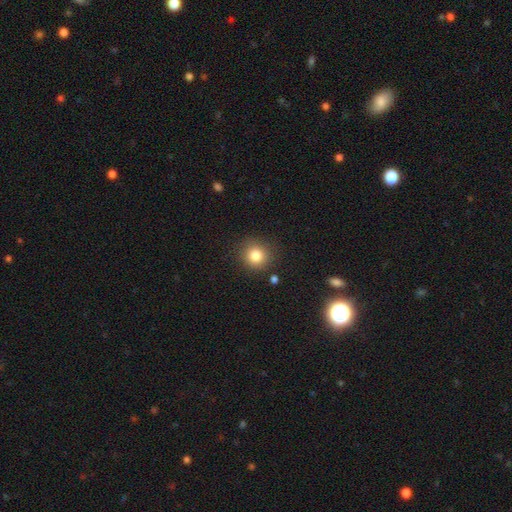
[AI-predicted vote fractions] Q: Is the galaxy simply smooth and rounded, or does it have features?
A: smooth — 82%.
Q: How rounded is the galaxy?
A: round — 90%.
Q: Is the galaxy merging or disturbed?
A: none — 86%.